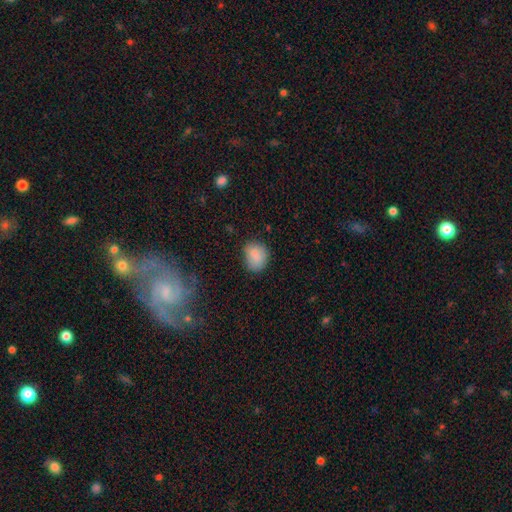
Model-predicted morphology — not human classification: Smooth or featured?
  - smooth: 84% *
  - star or artifact: 9%
  - featured or disk: 7%
How rounded?
  - in between: 53% *
  - round: 46%
  - cigar-shaped: 1%
Merging?
  - none: 71% *
  - minor disturbance: 21%
  - major disturbance: 5%
  - merger: 3%